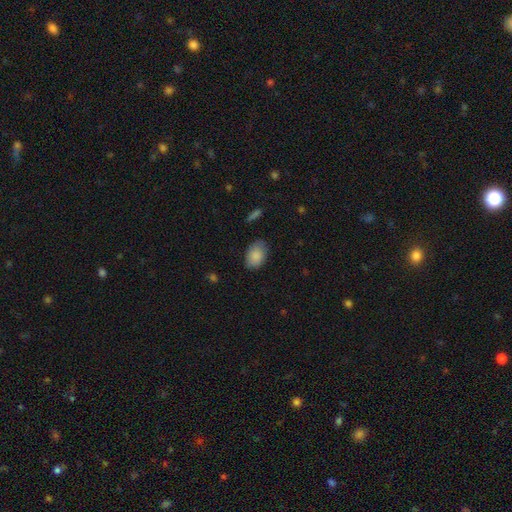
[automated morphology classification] The model was most divided on "merging": none: 79%, minor disturbance: 17%, major disturbance: 3%, merger: 1%. More confident: smooth or featured — smooth (86%); how rounded — in between (85%).